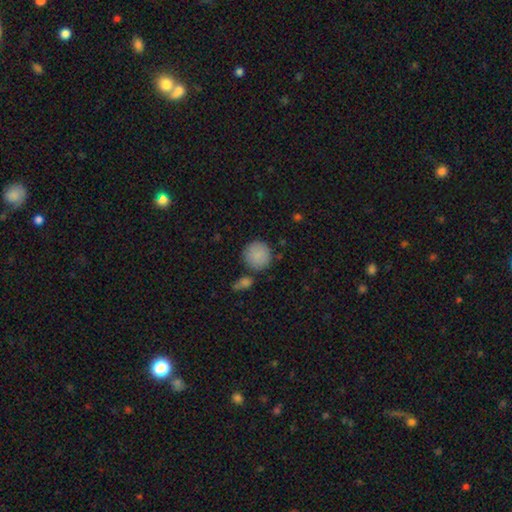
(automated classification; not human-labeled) Smooth or featured? smooth (87%)
How rounded? round (93%)
Merging? none (75%)